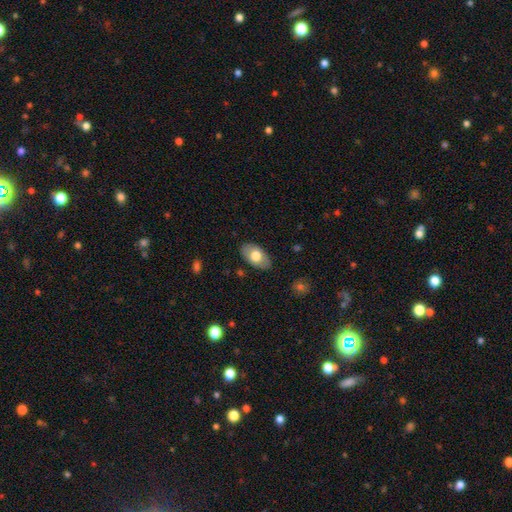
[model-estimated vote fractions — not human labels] Morphology: type=smooth (70%); roundness=in between (94%); merging=none (84%).